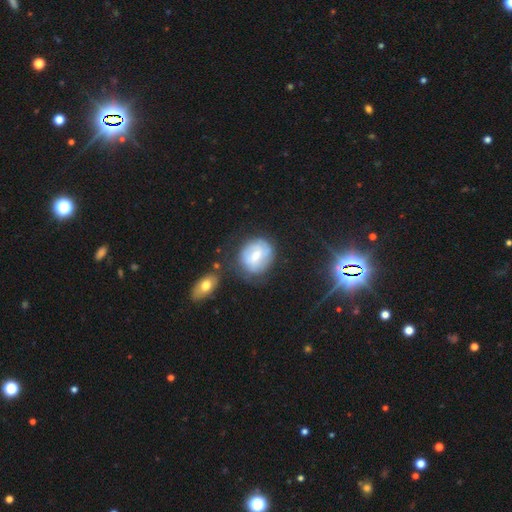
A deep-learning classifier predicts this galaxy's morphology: Smooth or featured? smooth (51%)
How rounded? round (71%)
Merging? none (58%)